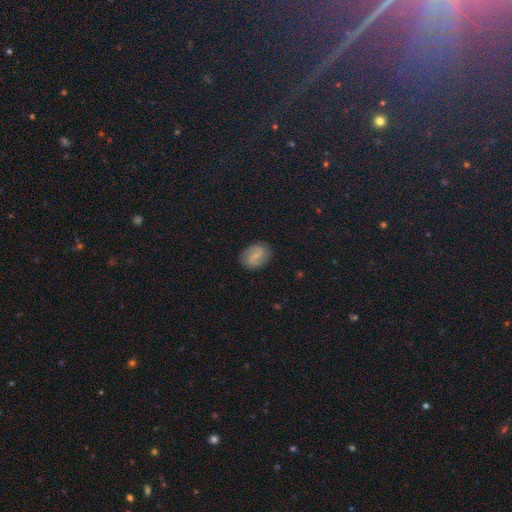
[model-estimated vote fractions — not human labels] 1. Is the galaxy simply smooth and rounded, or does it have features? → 65% featured or disk, 28% smooth, 8% star or artifact.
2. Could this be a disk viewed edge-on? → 97% no, 3% yes.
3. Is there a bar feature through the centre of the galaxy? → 55% weak, 25% no, 20% strong.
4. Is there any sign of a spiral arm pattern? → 90% yes, 10% no.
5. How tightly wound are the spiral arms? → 45% medium, 35% loose, 19% tight.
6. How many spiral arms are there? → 91% 2, 5% can't tell, 2% 1, 1% 3, 1% 4, 1% more than 4.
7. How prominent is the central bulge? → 65% small, 20% moderate, 14% none, 1% large, 1% dominant.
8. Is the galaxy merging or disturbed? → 86% none, 10% minor disturbance, 3% major disturbance, 1% merger.